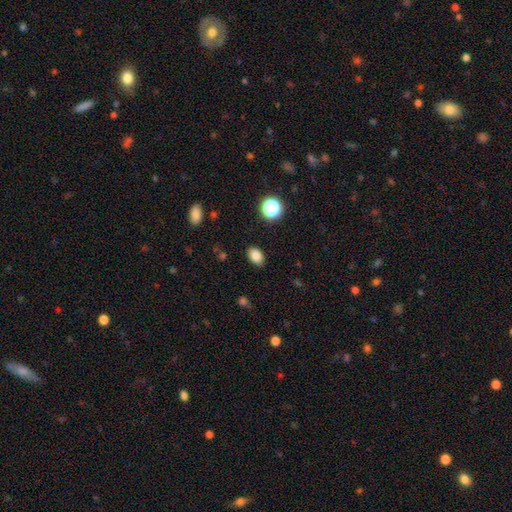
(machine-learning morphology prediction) Smooth or featured?
  - smooth: 84% *
  - star or artifact: 11%
  - featured or disk: 5%
How rounded?
  - in between: 82% *
  - round: 17%
  - cigar-shaped: 1%
Merging?
  - none: 87% *
  - minor disturbance: 10%
  - major disturbance: 3%
  - merger: 1%